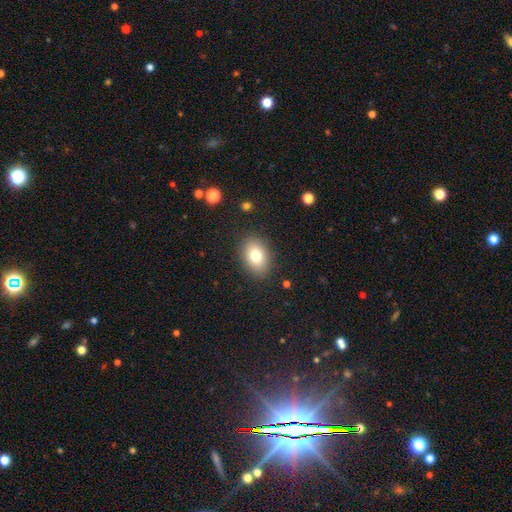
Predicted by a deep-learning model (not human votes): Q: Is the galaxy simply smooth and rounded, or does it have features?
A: smooth — 78%.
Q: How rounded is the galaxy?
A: in between — 78%.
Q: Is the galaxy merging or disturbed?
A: none — 87%.